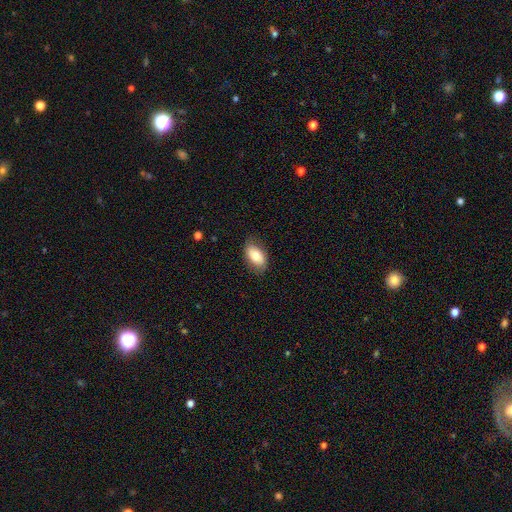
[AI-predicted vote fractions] Smooth or featured? smooth (77%)
How rounded? in between (92%)
Merging? none (79%)